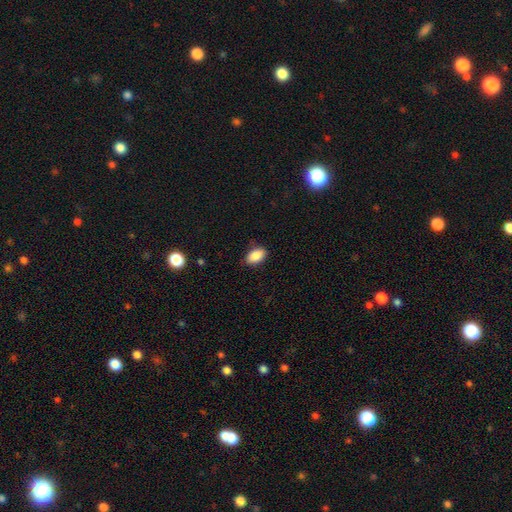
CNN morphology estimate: Smooth or featured?
  - smooth: 88% *
  - star or artifact: 8%
  - featured or disk: 4%
How rounded?
  - in between: 92% *
  - round: 6%
  - cigar-shaped: 2%
Merging?
  - none: 83% *
  - minor disturbance: 13%
  - major disturbance: 3%
  - merger: 1%